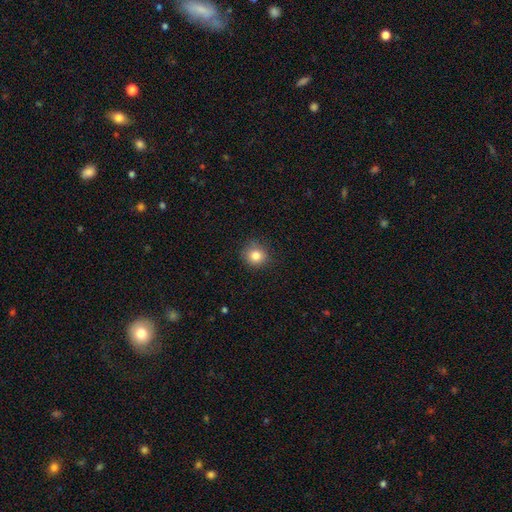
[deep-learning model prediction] smooth-or-featured: smooth: 82% | star or artifact: 11% | featured or disk: 7%
  how-rounded: round: 89% | in between: 10% | cigar-shaped: 1%
  merging: none: 85% | minor disturbance: 11% | major disturbance: 3% | merger: 1%